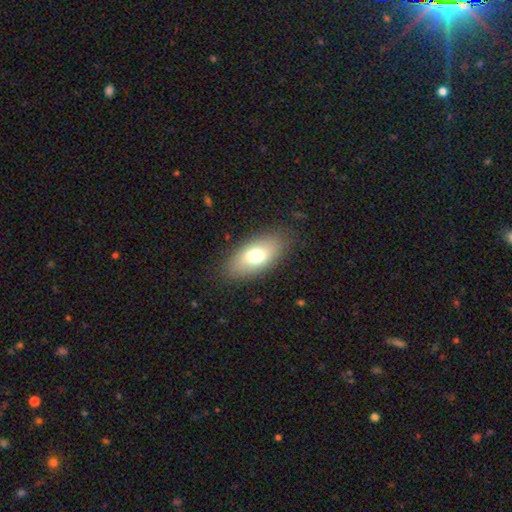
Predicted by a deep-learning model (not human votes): Q: Smooth or featured?
A: smooth (72%); runner-up: featured or disk (20%)
Q: How rounded?
A: in between (90%); runner-up: cigar-shaped (6%)
Q: Merging?
A: none (84%); runner-up: minor disturbance (11%)